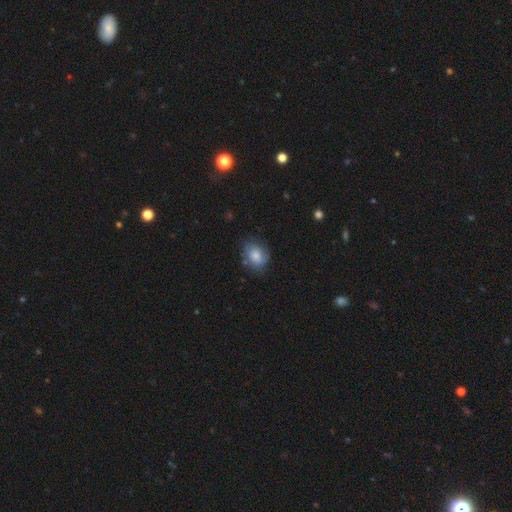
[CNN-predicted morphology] This appears to be a smooth galaxy with no disk features (76%) that is round (50%). Merging: none (67%).